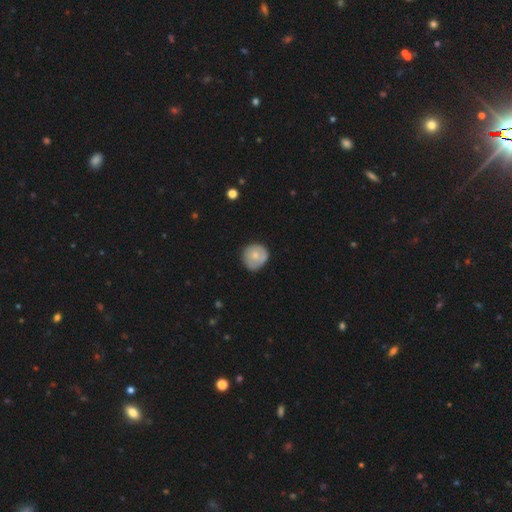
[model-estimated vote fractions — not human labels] A smooth galaxy with no disk features (71%) that is round (90%). Merging: none (76%).